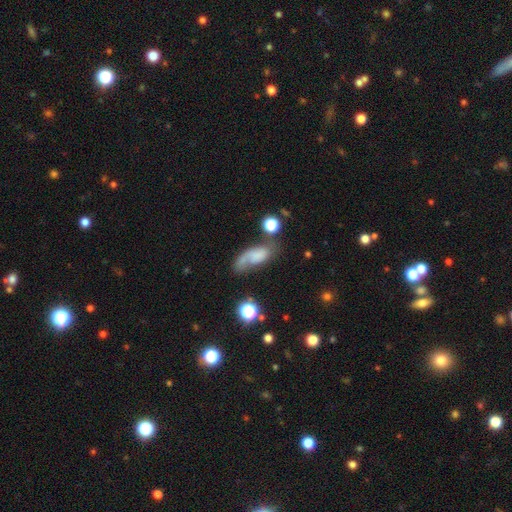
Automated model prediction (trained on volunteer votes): Q: Smooth or featured?
A: smooth (51%); runner-up: featured or disk (37%)
Q: How rounded?
A: in between (79%); runner-up: cigar-shaped (14%)
Q: Merging?
A: none (37%); runner-up: major disturbance (25%)